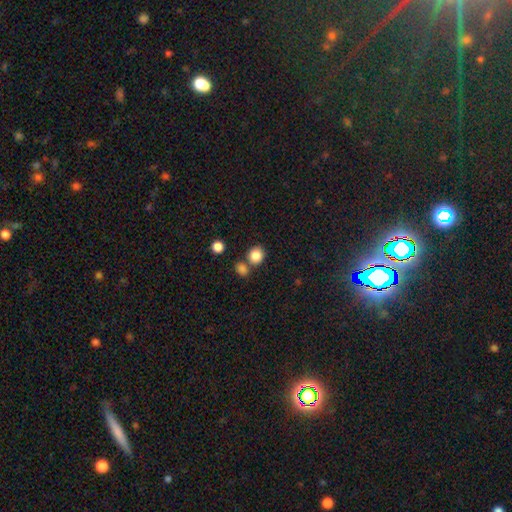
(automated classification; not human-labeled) Smooth or featured? Predicted: smooth (p=0.85). How rounded? Predicted: round (p=0.80). Merging? Predicted: none (p=0.65).